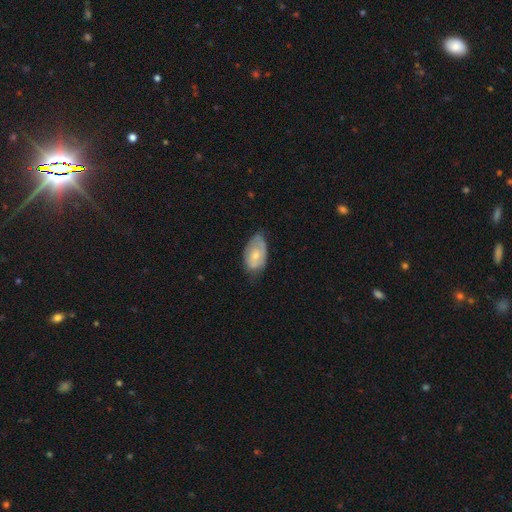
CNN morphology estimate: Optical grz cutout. It shows a smooth galaxy with no disk features (52%) that is in between round and cigar-shaped (91%). Merging: none (48%).